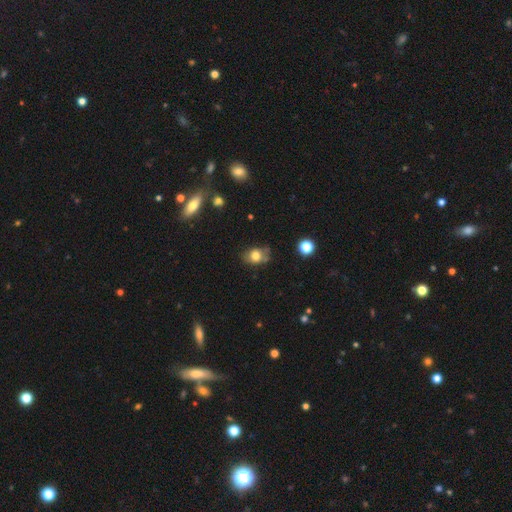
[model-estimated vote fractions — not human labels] Smooth or featured? Predicted: smooth (p=0.76). How rounded? Predicted: in between (p=0.55). Merging? Predicted: none (p=0.59).